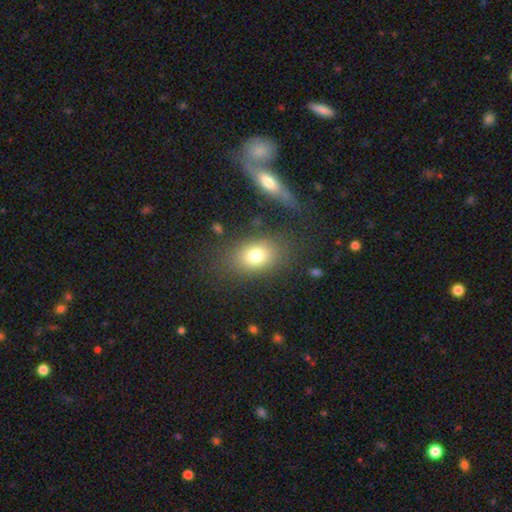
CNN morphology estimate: type=smooth (76%); roundness=in between (75%); merging=none (76%).